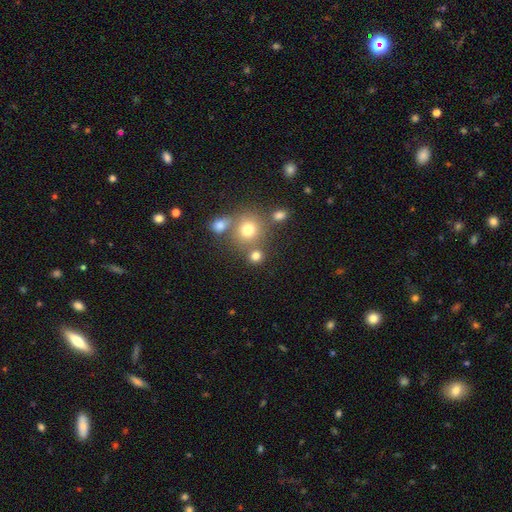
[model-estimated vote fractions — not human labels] Morphology: type=smooth (75%); roundness=round (85%); merging=none (63%).